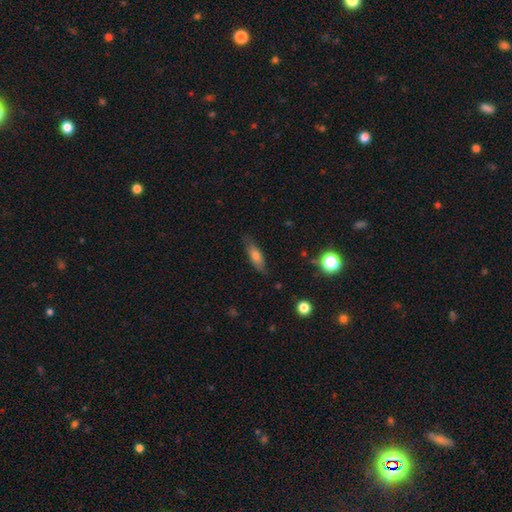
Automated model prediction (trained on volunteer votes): A smooth galaxy with no disk features (65%) that is in between round and cigar-shaped (50%).

Vote fractions:
- Smooth or featured? smooth: 65% / featured or disk: 27% / star or artifact: 8%
- How rounded? in between: 50% / cigar-shaped: 47% / round: 3%
- Merging? none: 76% / minor disturbance: 19% / major disturbance: 4% / merger: 1%